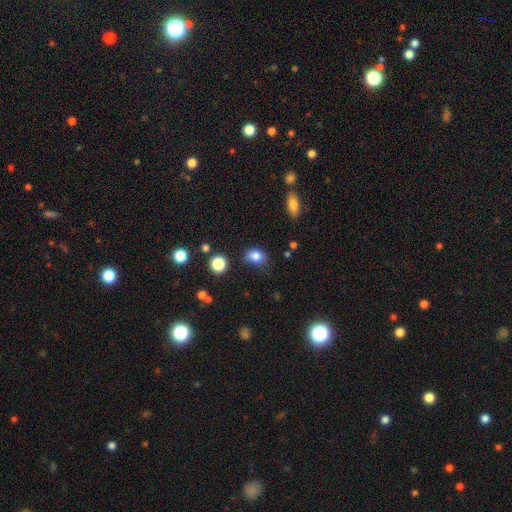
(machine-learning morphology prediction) A smooth galaxy with no disk features (82%) that is in between round and cigar-shaped (62%). Merging: none (68%).